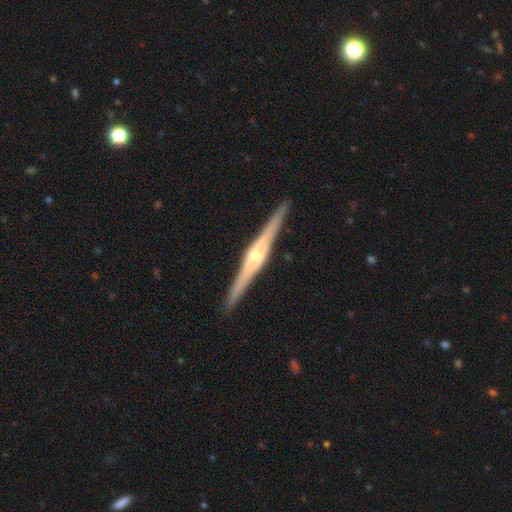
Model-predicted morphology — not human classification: Smooth or featured? featured or disk (87%)
Edge-on disk? yes (98%)
Edge-on bulge? rounded (78%)
Merging? none (92%)